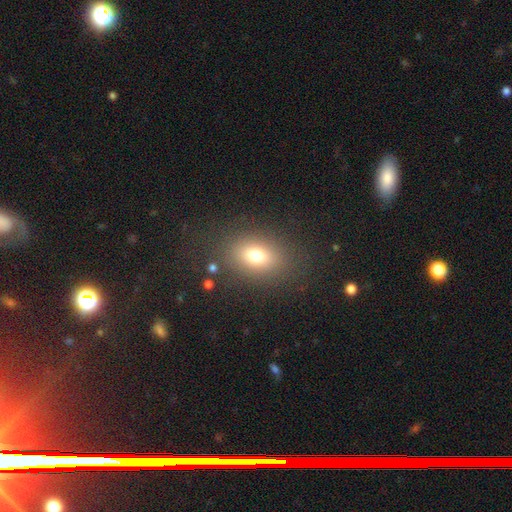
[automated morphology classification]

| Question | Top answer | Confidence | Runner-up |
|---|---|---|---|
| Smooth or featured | smooth | 73% | star or artifact (15%) |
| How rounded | in between | 65% | round (34%) |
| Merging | none | 83% | minor disturbance (9%) |